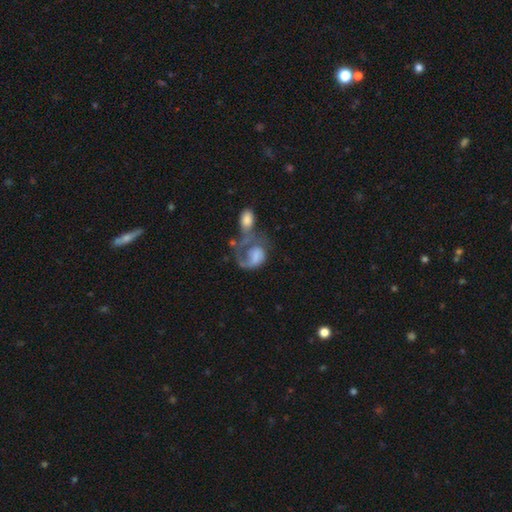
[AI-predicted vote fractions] smooth-or-featured: featured or disk: 57% | smooth: 36% | star or artifact: 8%
  disk-edge-on: no: 98% | yes: 2%
    bar: no: 72% | weak: 22% | strong: 6%
    has-spiral-arms: yes: 69% | no: 31%
    bulge-size: none: 46% | moderate: 18% | large: 16% | small: 15% | dominant: 5%
  merging: merger: 38% | major disturbance: 36% | none: 16% | minor disturbance: 10%